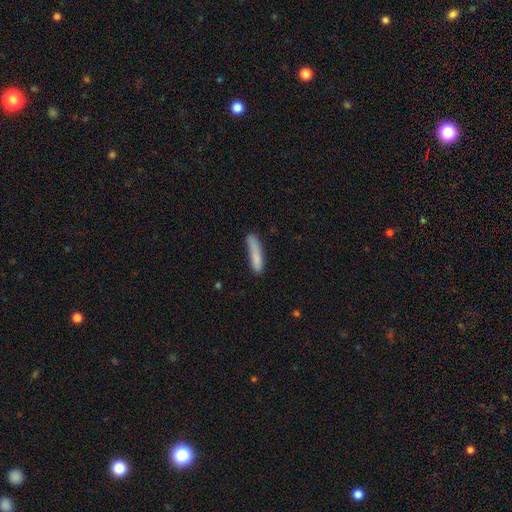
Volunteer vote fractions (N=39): smooth 87%, star or artifact 8%, featured or disk 5%. Down the decision tree: how rounded — cigar-shaped (88%); merging — none (64%).